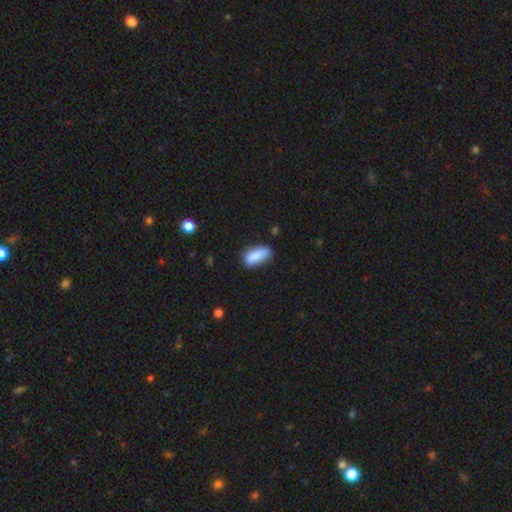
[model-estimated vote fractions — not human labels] The model was most divided on "merging": none: 67%, minor disturbance: 25%, major disturbance: 5%, merger: 3%. More confident: smooth or featured — smooth (85%); how rounded — in between (80%).